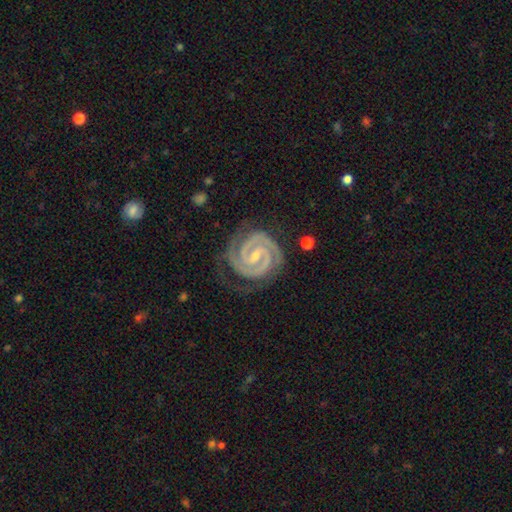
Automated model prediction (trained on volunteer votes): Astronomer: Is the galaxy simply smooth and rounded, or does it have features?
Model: featured or disk — 94%.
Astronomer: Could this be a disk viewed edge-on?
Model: no — 98%.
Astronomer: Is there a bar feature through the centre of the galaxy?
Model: weak — 43% (runner-up: strong, 35%).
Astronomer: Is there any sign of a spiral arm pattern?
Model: yes — 99%.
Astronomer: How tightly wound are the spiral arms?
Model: tight — 83%.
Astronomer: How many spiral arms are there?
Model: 2 — 87%.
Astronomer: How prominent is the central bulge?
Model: small — 68%.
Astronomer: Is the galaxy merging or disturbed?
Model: none — 79%.